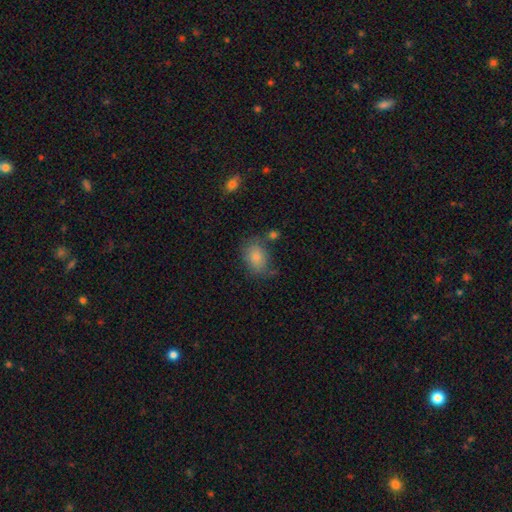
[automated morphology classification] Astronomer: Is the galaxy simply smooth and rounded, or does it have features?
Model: smooth — 78%.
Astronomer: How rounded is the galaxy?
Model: in between — 72%.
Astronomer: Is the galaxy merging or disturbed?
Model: none — 63%.